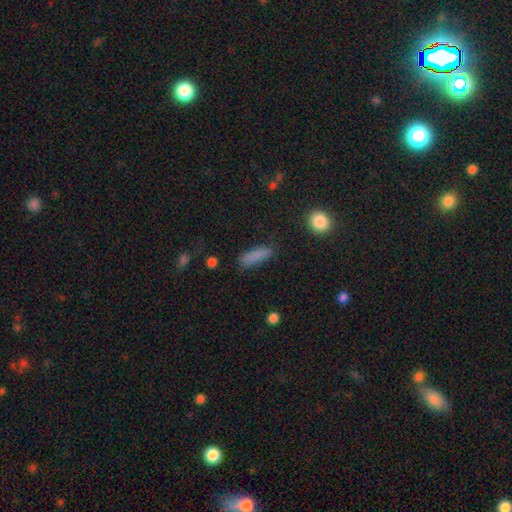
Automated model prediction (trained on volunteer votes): Smooth or featured? Predicted: smooth (p=0.85). How rounded? Predicted: cigar-shaped (p=0.60). Merging? Predicted: none (p=0.80).